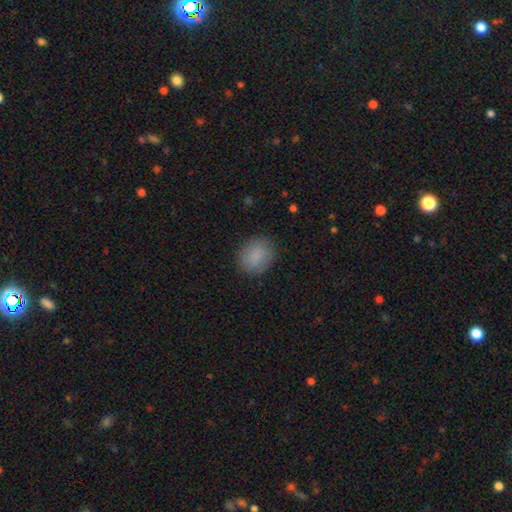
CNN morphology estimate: A smooth galaxy with no disk features (87%) that is round (64%).

Vote fractions:
- Smooth or featured? smooth: 87% / star or artifact: 8% / featured or disk: 5%
- How rounded? round: 64% / in between: 35% / cigar-shaped: 1%
- Merging? none: 86% / minor disturbance: 10% / major disturbance: 3% / merger: 1%